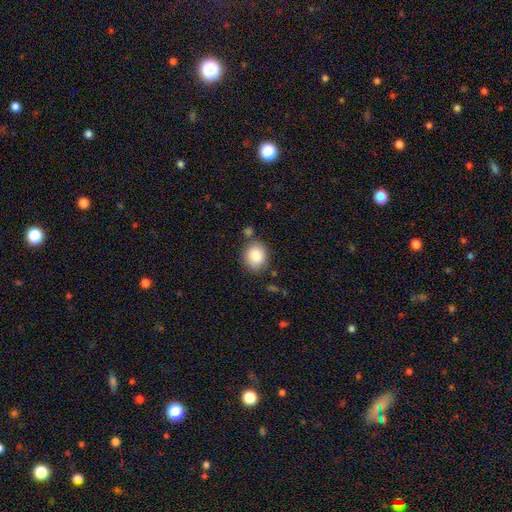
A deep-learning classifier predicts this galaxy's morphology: type=smooth (86%); roundness=round (60%); merging=none (76%).